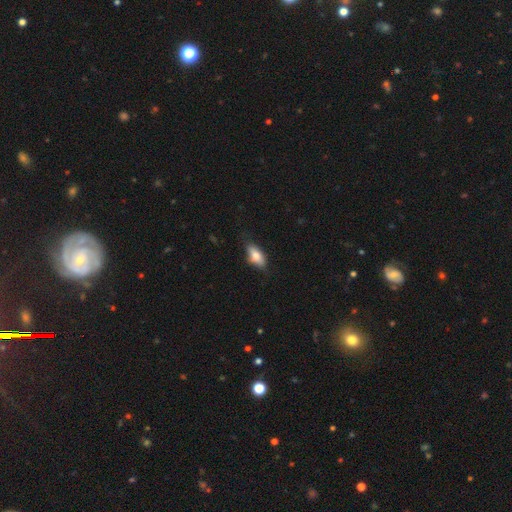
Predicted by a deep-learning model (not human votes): Smooth or featured: smooth — 77% (featured or disk — 16%)
How rounded: in between — 84% (cigar-shaped — 13%)
Merging: none — 73% (minor disturbance — 21%)